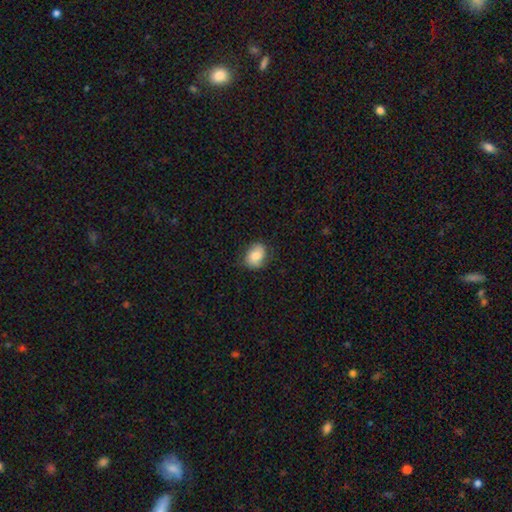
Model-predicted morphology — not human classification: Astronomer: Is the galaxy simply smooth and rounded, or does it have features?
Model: smooth — 76%.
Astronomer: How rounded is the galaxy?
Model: in between — 67%.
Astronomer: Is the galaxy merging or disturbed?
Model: none — 75%.